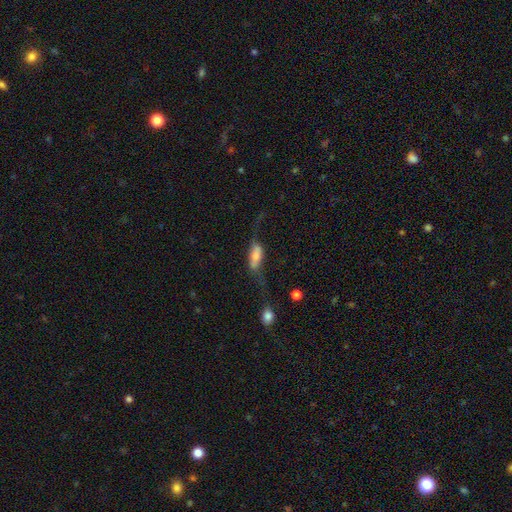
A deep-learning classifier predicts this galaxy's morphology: Overall: smooth (54%; featured or disk 39%). How rounded: in between (73%). Merging: major disturbance (40%; none 30%).